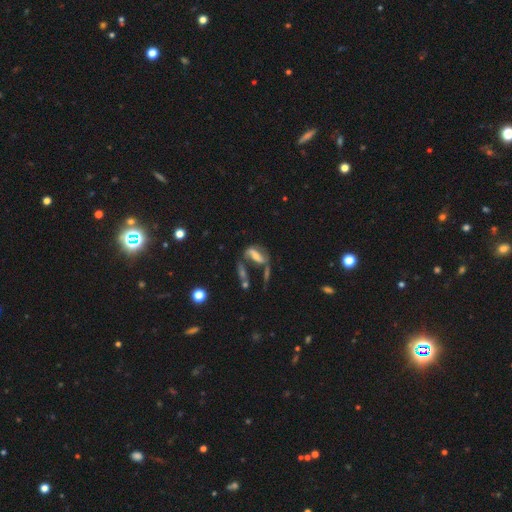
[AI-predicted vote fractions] The model was most divided on "merging": none: 29%, major disturbance: 28%, merger: 27%, minor disturbance: 16%. Remaining: smooth or featured — featured or disk (49%).